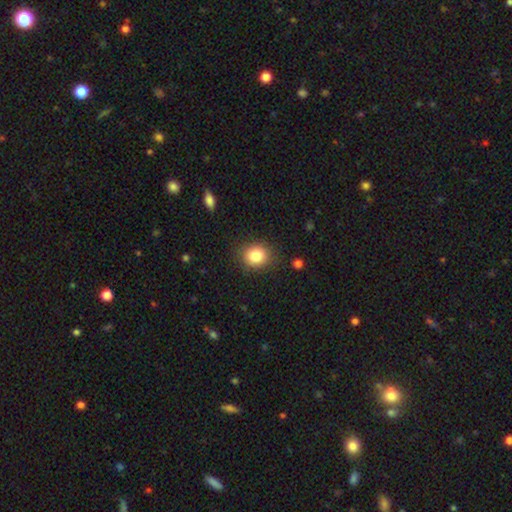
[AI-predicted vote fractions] Smooth or featured? Predicted: smooth (p=0.84). How rounded? Predicted: round (p=0.70). Merging? Predicted: none (p=0.85).